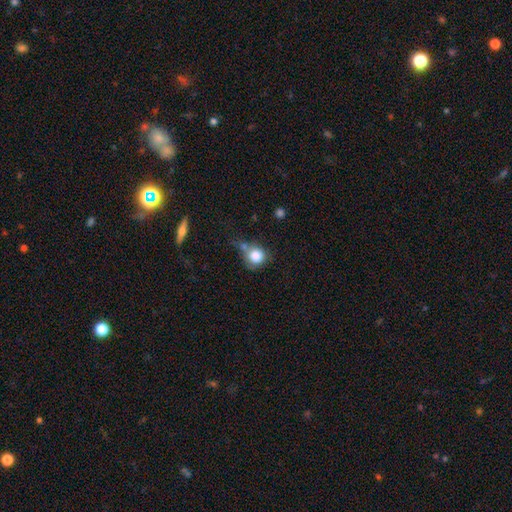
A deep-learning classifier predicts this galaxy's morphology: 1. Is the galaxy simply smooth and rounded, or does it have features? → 81% smooth, 10% star or artifact, 9% featured or disk.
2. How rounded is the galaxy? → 87% round, 12% in between, 1% cigar-shaped.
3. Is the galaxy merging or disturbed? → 47% none, 24% minor disturbance, 19% merger, 10% major disturbance.